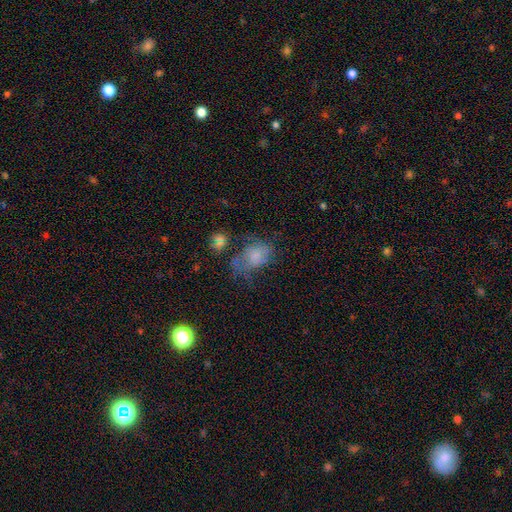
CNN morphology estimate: This appears to be a smooth galaxy with no disk features (63%) that is in between round and cigar-shaped (76%). Merging: none (32%).